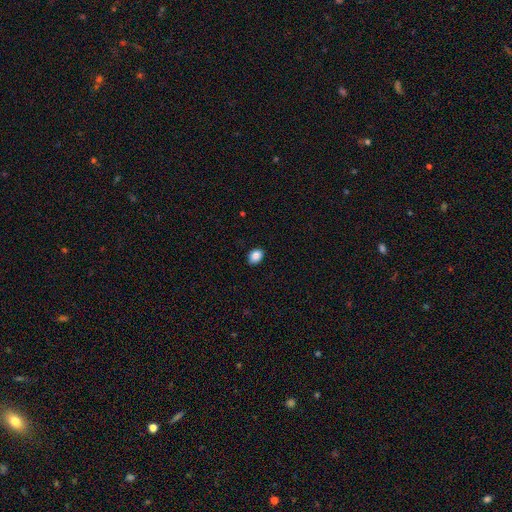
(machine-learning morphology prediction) This appears to be a smooth galaxy with no disk features (88%) that is in between round and cigar-shaped (65%). Merging: none (88%).